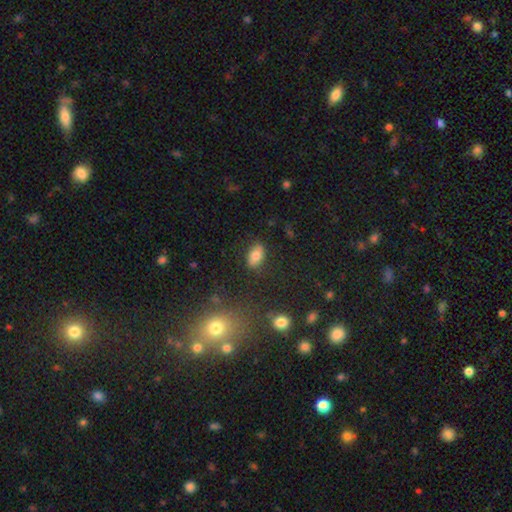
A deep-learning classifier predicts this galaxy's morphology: Smooth or featured? Predicted: smooth (p=0.77). How rounded? Predicted: in between (p=0.89). Merging? Predicted: none (p=0.84).